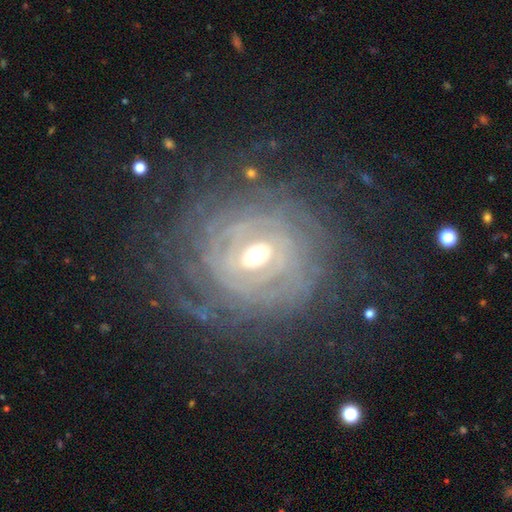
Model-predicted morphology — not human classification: This is clearly a featured or disk galaxy (86%). It is clearly not viewed edge-on (96%). Bar: marginally weak (45%). Spiral arm pattern: clearly yes (93%). Spiral arm count: marginally can't tell (41%). Spiral winding: clearly tight (86%). Central bulge: likely moderate (63%). Merging: likely none (79%).